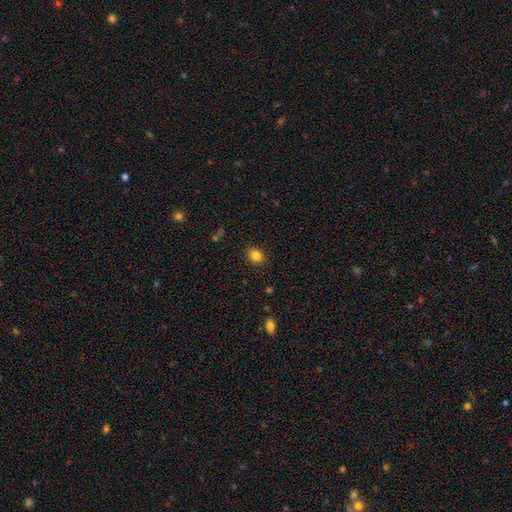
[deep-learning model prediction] Smooth or featured? Predicted: smooth (p=0.84). How rounded? Predicted: in between (p=0.52). Merging? Predicted: none (p=0.88).